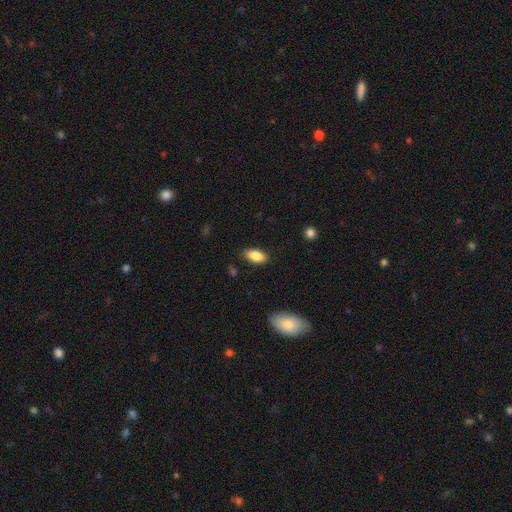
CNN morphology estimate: smooth 85%, featured or disk 8%, star or artifact 7%. Down the decision tree: how rounded — in between (91%); merging — none (84%).